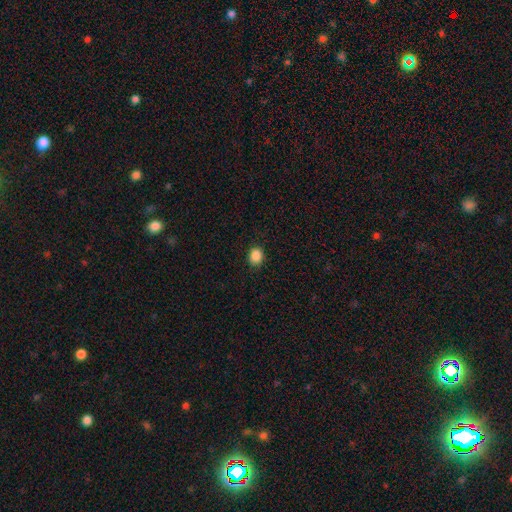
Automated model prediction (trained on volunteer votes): The model was most divided on "how rounded": round: 61%, in between: 38%, cigar-shaped: 1%. More confident: merging — none (88%); smooth or featured — smooth (87%).